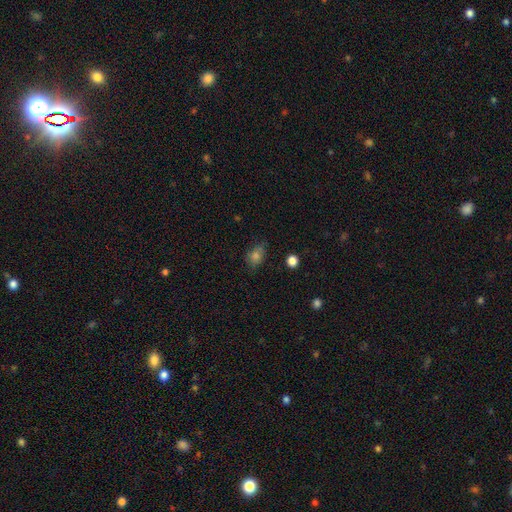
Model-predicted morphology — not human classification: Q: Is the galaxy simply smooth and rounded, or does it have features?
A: smooth — 75%.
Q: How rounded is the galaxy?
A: in between — 74%.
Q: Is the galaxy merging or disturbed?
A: none — 70%.